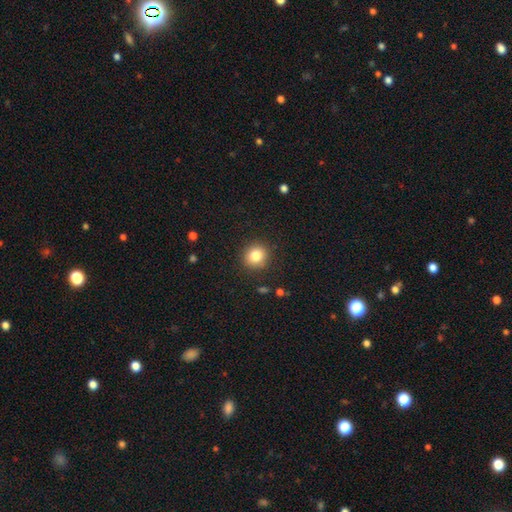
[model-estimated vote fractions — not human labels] This appears to be a smooth galaxy with no disk features (83%) that is round (86%). Merging: none (89%).